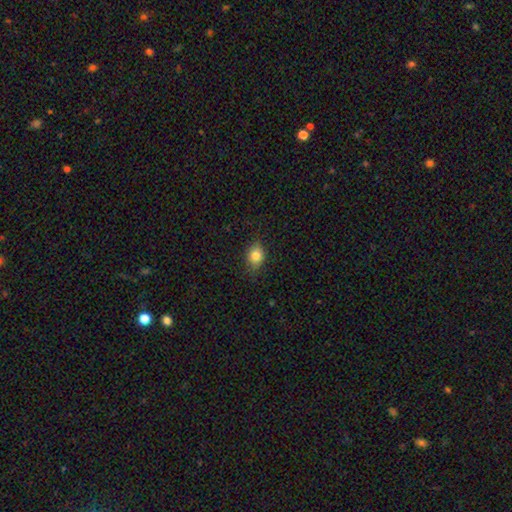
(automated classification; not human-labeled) smooth-or-featured: smooth: 81% | star or artifact: 10% | featured or disk: 10%
  how-rounded: in between: 58% | round: 40% | cigar-shaped: 2%
  merging: none: 80% | minor disturbance: 16% | major disturbance: 3% | merger: 1%